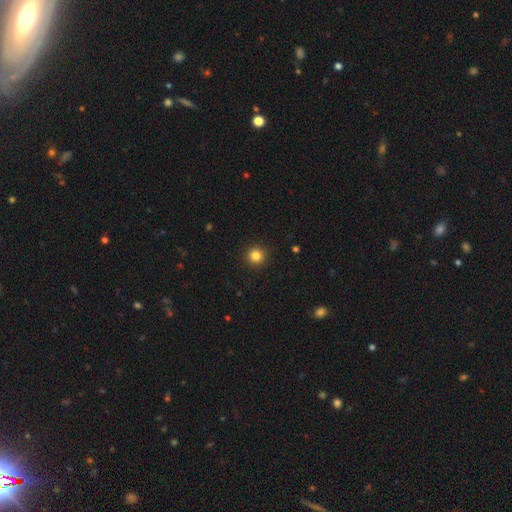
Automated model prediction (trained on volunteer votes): The model was most divided on "smooth or featured": smooth: 83%, star or artifact: 12%, featured or disk: 5%. More confident: how rounded — round (95%); merging — none (93%).